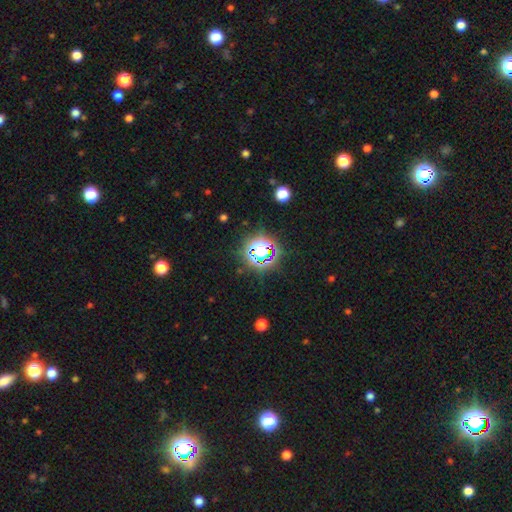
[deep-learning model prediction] The model was most divided on "smooth or featured": star or artifact: 68%, smooth: 22%, featured or disk: 11%.